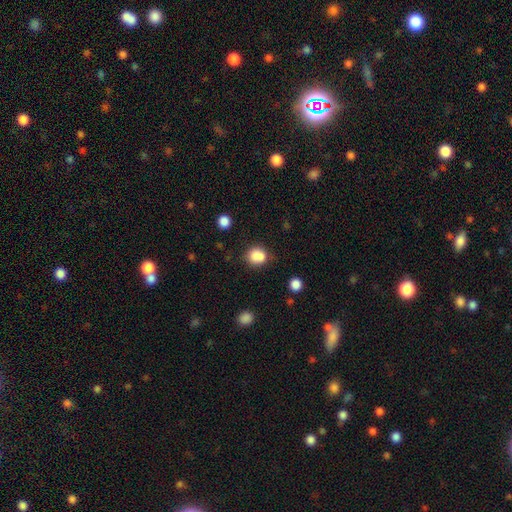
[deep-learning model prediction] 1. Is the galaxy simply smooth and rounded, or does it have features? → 80% smooth, 11% star or artifact, 9% featured or disk.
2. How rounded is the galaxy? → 72% round, 27% in between, 1% cigar-shaped.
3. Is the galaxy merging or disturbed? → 55% none, 24% merger, 16% minor disturbance, 5% major disturbance.